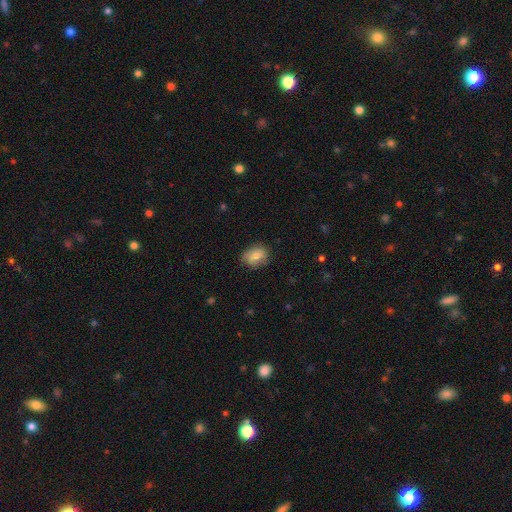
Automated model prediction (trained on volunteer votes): Smooth or featured? Predicted: smooth (p=0.78). How rounded? Predicted: in between (p=0.64). Merging? Predicted: none (p=0.78).